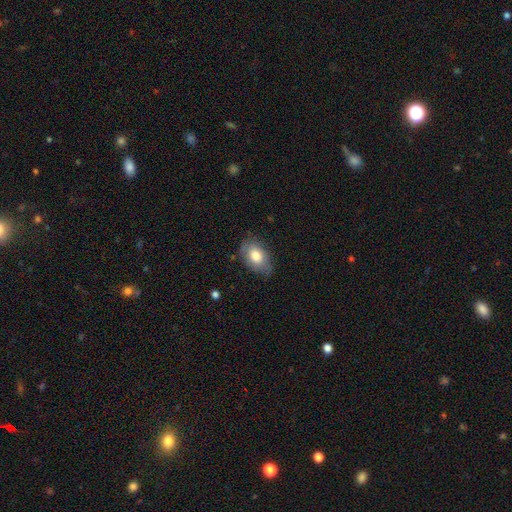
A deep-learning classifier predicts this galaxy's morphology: This is likely a smooth galaxy (75%). How rounded: clearly in between (87%). Merging: likely none (71%).